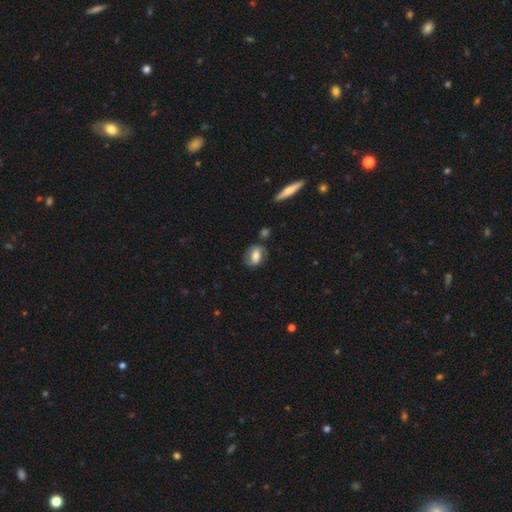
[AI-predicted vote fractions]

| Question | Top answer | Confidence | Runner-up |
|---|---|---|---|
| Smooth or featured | smooth | 65% | featured or disk (27%) |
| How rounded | in between | 72% | round (25%) |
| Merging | none | 69% | minor disturbance (20%) |